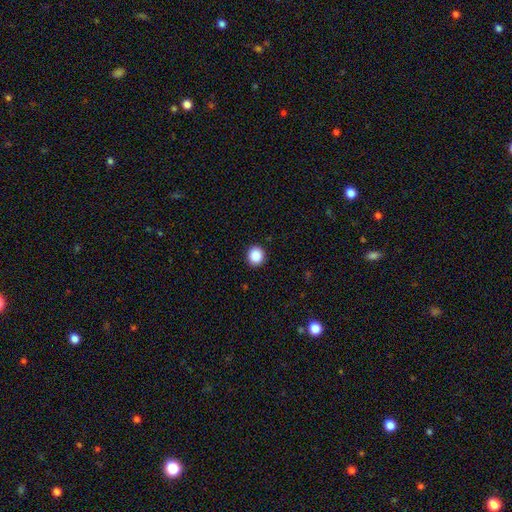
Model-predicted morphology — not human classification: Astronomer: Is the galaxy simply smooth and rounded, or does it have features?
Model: smooth — 89%.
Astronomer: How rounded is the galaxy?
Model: round — 89%.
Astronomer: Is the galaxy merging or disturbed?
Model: none — 92%.